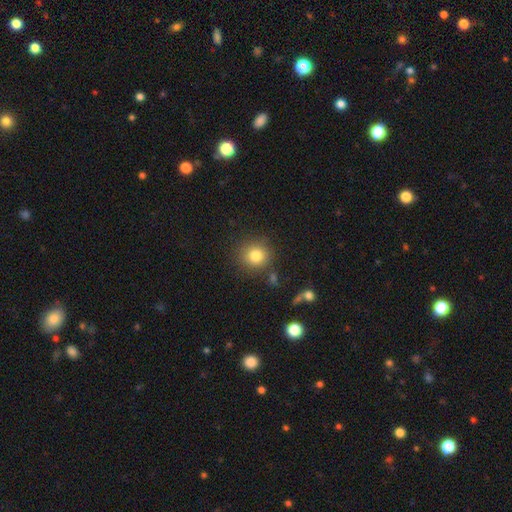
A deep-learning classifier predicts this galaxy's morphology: A smooth galaxy with no disk features (82%) that is round (90%). Merging: none (84%).